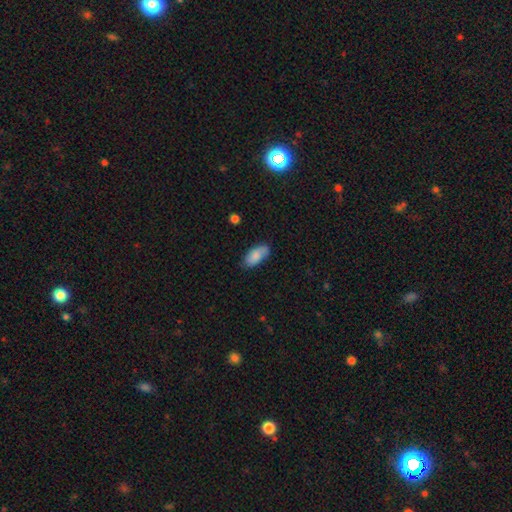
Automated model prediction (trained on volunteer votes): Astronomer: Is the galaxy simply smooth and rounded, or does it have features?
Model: smooth — 79%.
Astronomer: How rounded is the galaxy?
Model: in between — 90%.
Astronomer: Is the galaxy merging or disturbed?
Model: none — 72%.